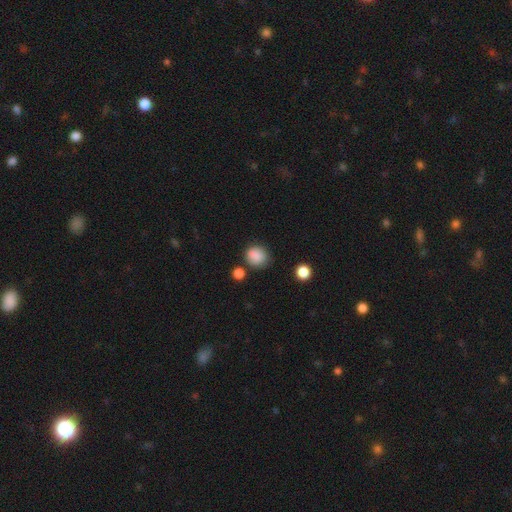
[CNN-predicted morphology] Smooth or featured: smooth — 86% (star or artifact — 10%)
How rounded: round — 76% (in between — 23%)
Merging: none — 73% (minor disturbance — 16%)